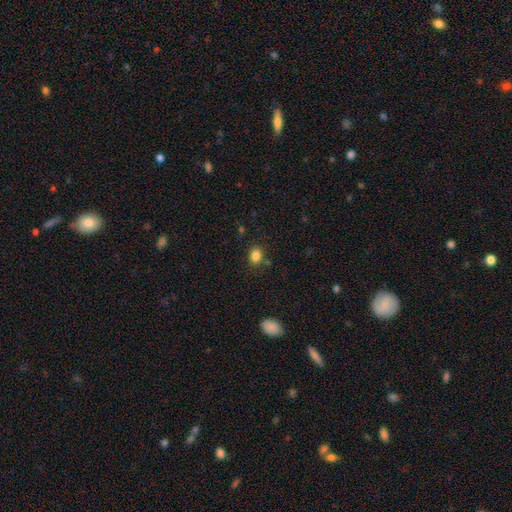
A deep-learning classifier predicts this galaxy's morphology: A smooth galaxy with no disk features (84%) that is in between round and cigar-shaped (52%). Merging: none (80%).